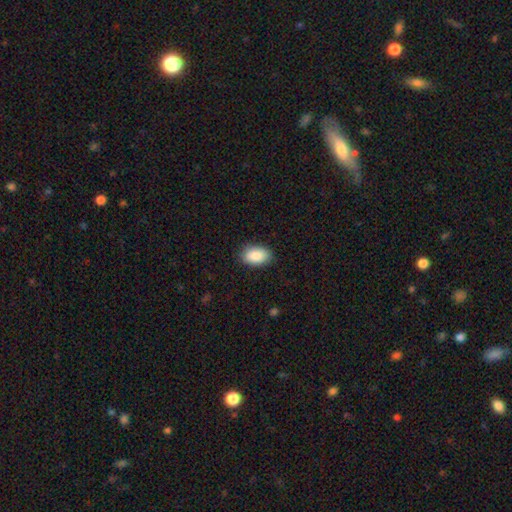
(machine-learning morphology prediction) smooth_or_featured: smooth (p=0.89) [alt: star or artifact p=0.06]
how_rounded: in between (p=0.92) [alt: round p=0.07]
merging: none (p=0.86) [alt: minor disturbance p=0.11]